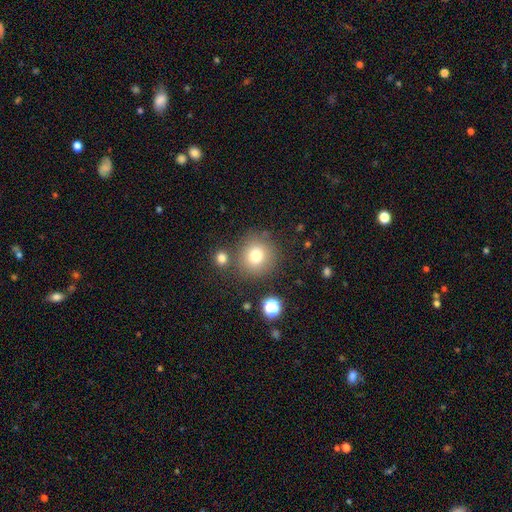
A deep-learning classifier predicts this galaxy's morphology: smooth-or-featured: smooth: 78% | star or artifact: 12% | featured or disk: 10%
  how-rounded: round: 92% | in between: 7% | cigar-shaped: 1%
  merging: none: 78% | minor disturbance: 10% | merger: 8% | major disturbance: 4%